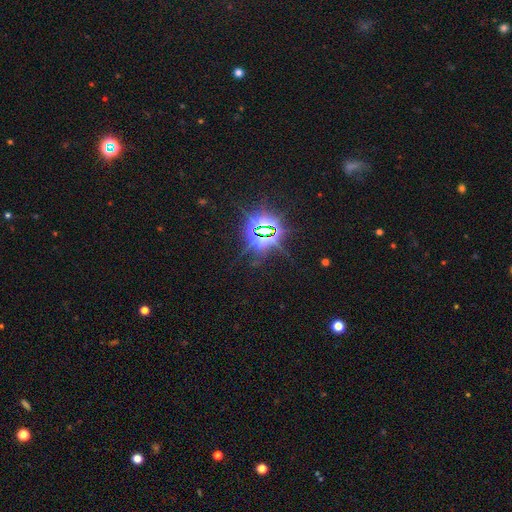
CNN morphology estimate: smooth_or_featured: star or artifact (p=0.84) [alt: smooth p=0.09]